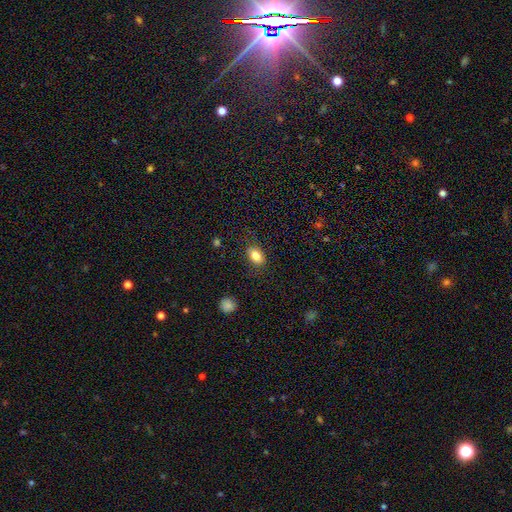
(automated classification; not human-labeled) This appears to be a smooth galaxy with no disk features (83%) that is in between round and cigar-shaped (85%). Merging: none (82%).